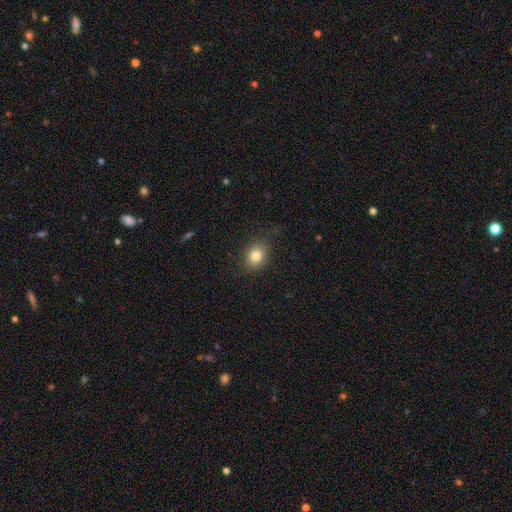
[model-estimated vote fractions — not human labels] Smooth or featured: smooth — 81% (star or artifact — 11%)
How rounded: round — 56% (in between — 43%)
Merging: none — 81% (minor disturbance — 14%)